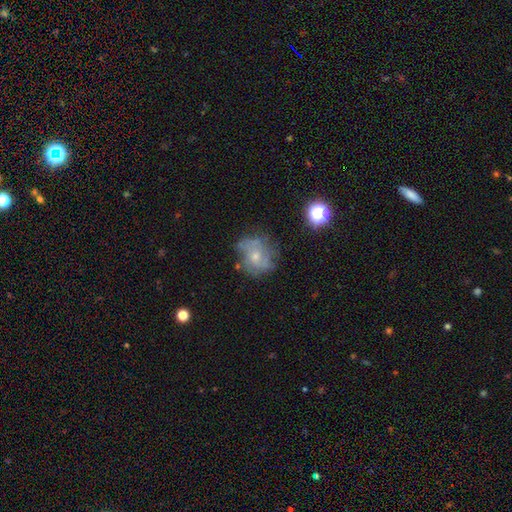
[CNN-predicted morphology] Smooth or featured?
  - featured or disk: 62% *
  - smooth: 27%
  - star or artifact: 12%
Edge-on disk?
  - no: 98% *
  - yes: 2%
Bar?
  - no: 79% *
  - weak: 18%
  - strong: 3%
Spiral arms?
  - yes: 71% *
  - no: 29%
Bulge size?
  - small: 52% *
  - moderate: 42%
  - none: 3%
  - large: 2%
  - dominant: 1%
Merging?
  - none: 59% *
  - minor disturbance: 25%
  - major disturbance: 13%
  - merger: 3%